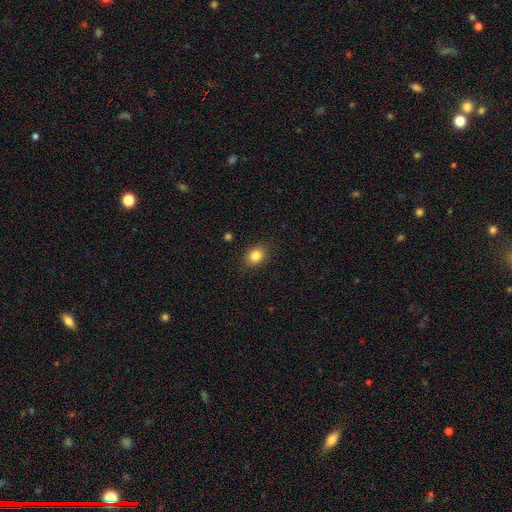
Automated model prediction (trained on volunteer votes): Q: Smooth or featured?
A: smooth (84%); runner-up: star or artifact (10%)
Q: How rounded?
A: in between (55%); runner-up: round (44%)
Q: Merging?
A: none (88%); runner-up: minor disturbance (9%)